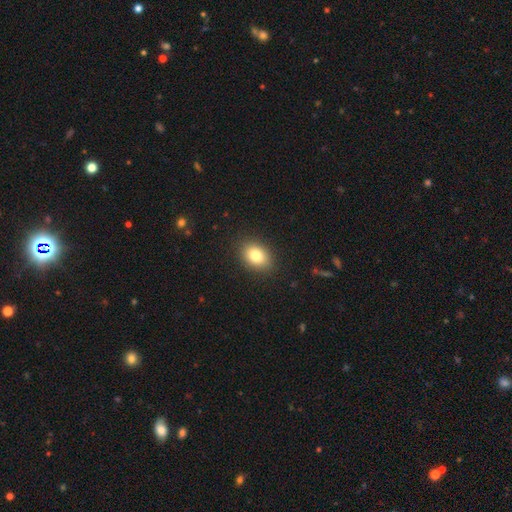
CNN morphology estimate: This appears to be a smooth galaxy with no disk features (82%) that is in between round and cigar-shaped (73%). Merging: none (88%).